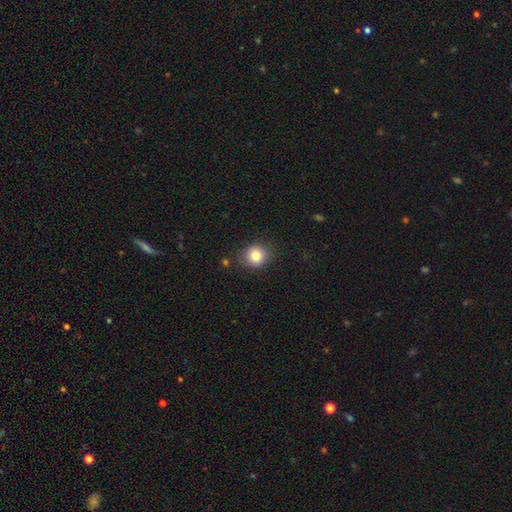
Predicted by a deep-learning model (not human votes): The model was most divided on "how rounded": round: 78%, in between: 21%, cigar-shaped: 1%. More confident: merging — none (83%); smooth or featured — smooth (82%).